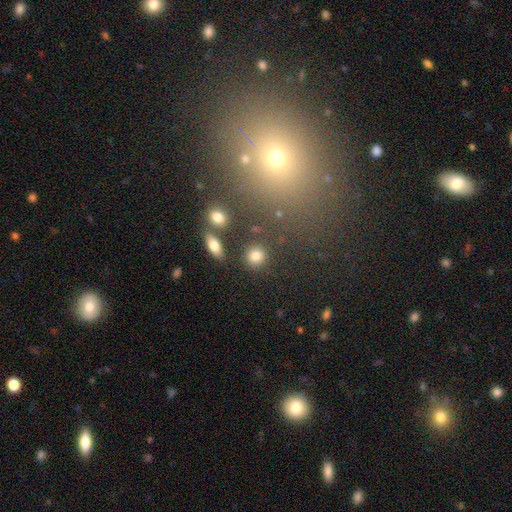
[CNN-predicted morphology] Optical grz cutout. It shows a smooth galaxy with no disk features (83%) that is round (86%). Merging: none (81%).